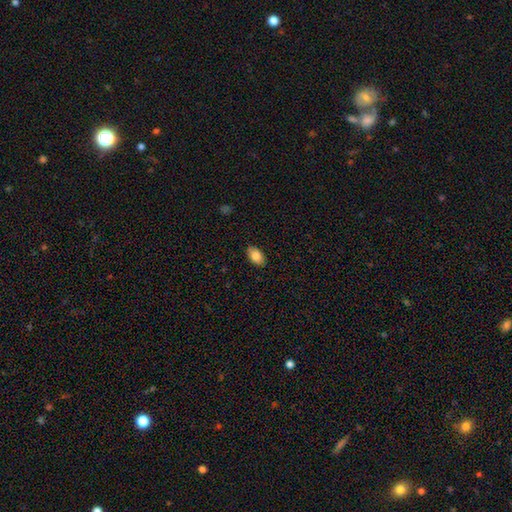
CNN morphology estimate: smooth-or-featured: smooth: 84% | featured or disk: 9% | star or artifact: 7%
  how-rounded: in between: 91% | round: 8% | cigar-shaped: 1%
  merging: none: 87% | minor disturbance: 10% | major disturbance: 2% | merger: 1%